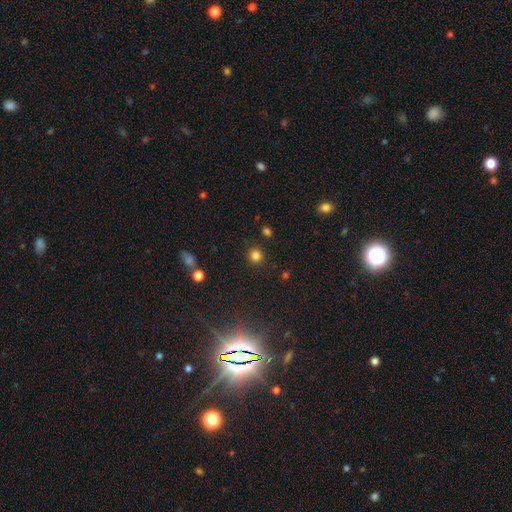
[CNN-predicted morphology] A smooth galaxy with no disk features (81%) that is round (94%). Merging: none (89%).